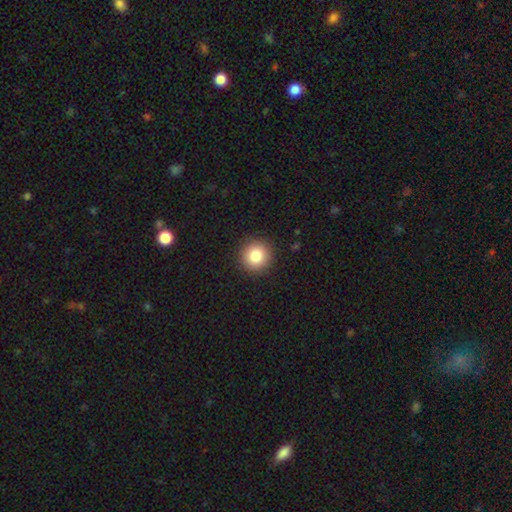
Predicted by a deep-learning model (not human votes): A smooth galaxy with no disk features (84%) that is round (94%).

Vote fractions:
- Smooth or featured? smooth: 84% / star or artifact: 10% / featured or disk: 6%
- How rounded? round: 94% / in between: 6% / cigar-shaped: 1%
- Merging? none: 92% / minor disturbance: 5% / major disturbance: 2% / merger: 1%